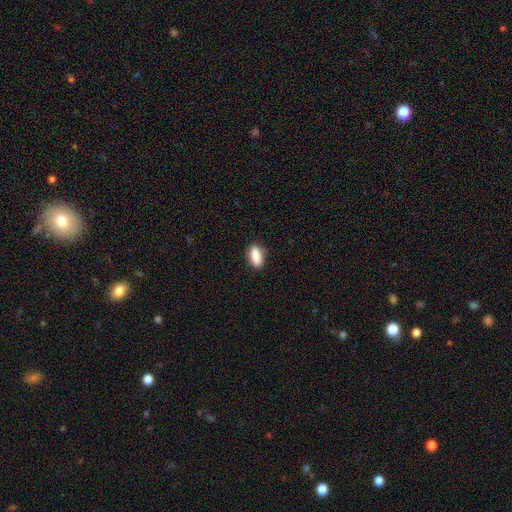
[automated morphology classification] A smooth galaxy with no disk features (85%) that is in between round and cigar-shaped (76%). Merging: none (86%).